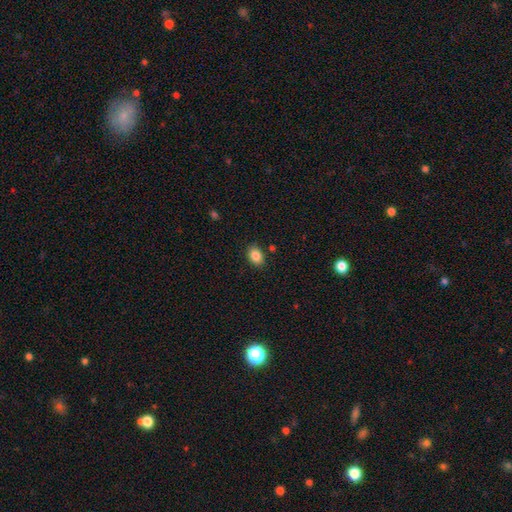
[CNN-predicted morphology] This is clearly a smooth galaxy (86%). How rounded: likely in between (74%). Merging: clearly none (85%).